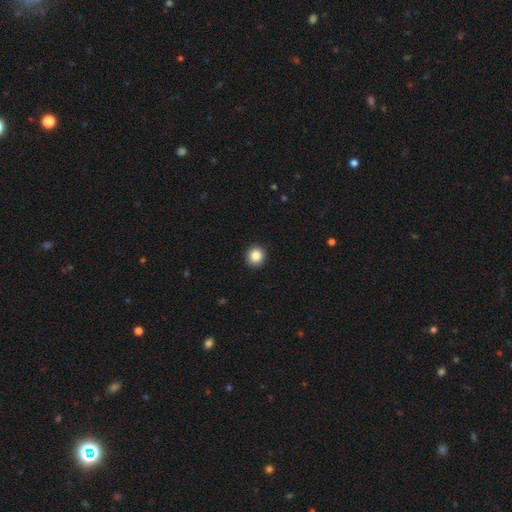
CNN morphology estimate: Smooth or featured: smooth — 86% (star or artifact — 10%)
How rounded: round — 88% (in between — 11%)
Merging: none — 92% (minor disturbance — 5%)